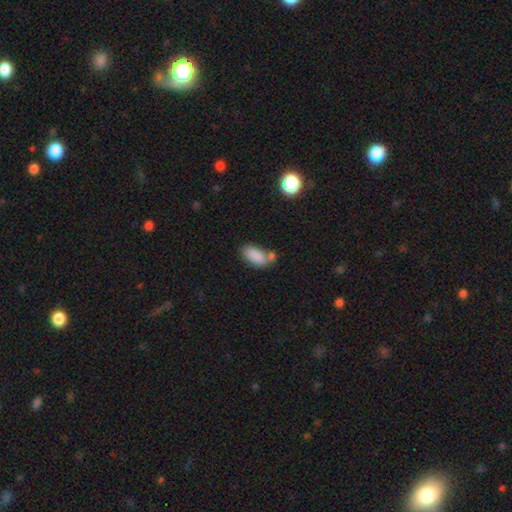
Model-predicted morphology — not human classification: Overall: smooth (86%). How rounded: in between (91%). Merging: none (50%; merger 27%).